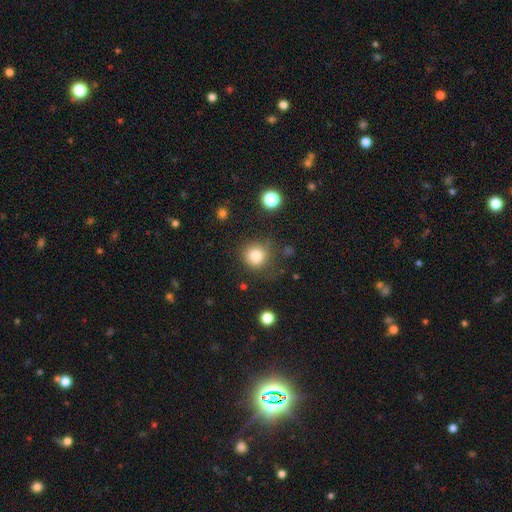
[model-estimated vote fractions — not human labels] Morphology: type=smooth (83%); roundness=round (89%); merging=none (71%).